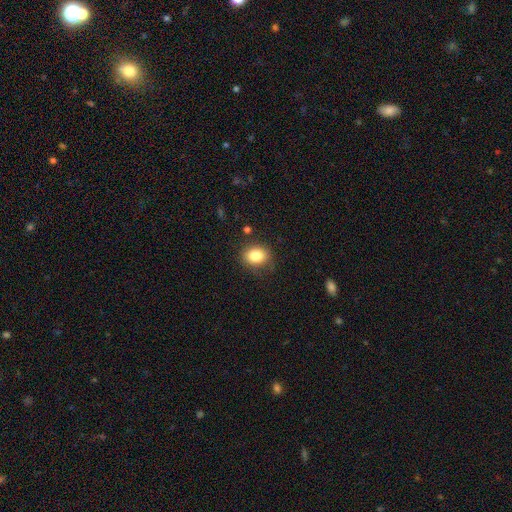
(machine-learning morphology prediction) This appears to be a smooth galaxy with no disk features (83%) that is in between round and cigar-shaped (52%). Merging: none (81%).